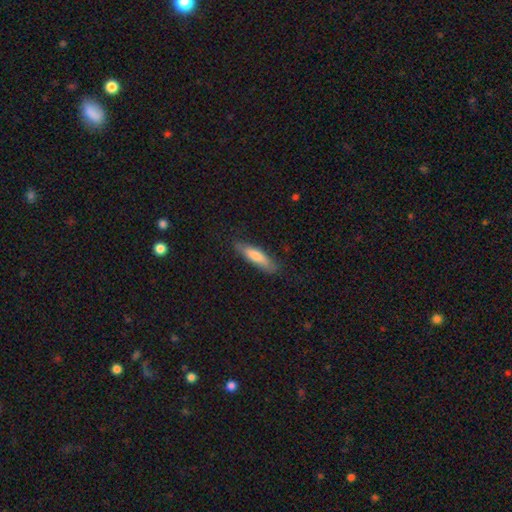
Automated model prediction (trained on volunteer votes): Overall: smooth (72%). How rounded: cigar-shaped (73%). Merging: none (80%).